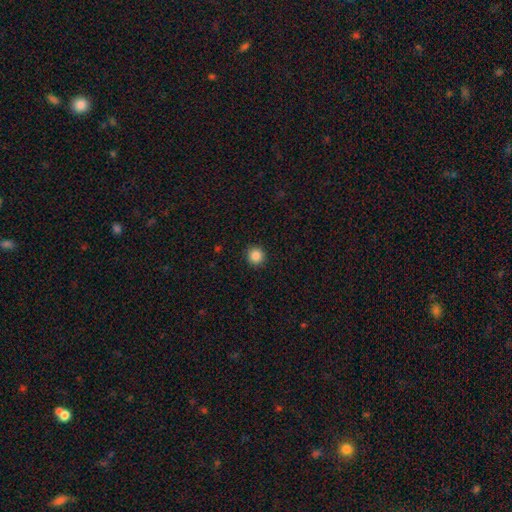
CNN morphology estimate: Q: Smooth or featured?
A: smooth (87%); runner-up: star or artifact (10%)
Q: How rounded?
A: round (95%); runner-up: in between (4%)
Q: Merging?
A: none (93%); runner-up: minor disturbance (5%)